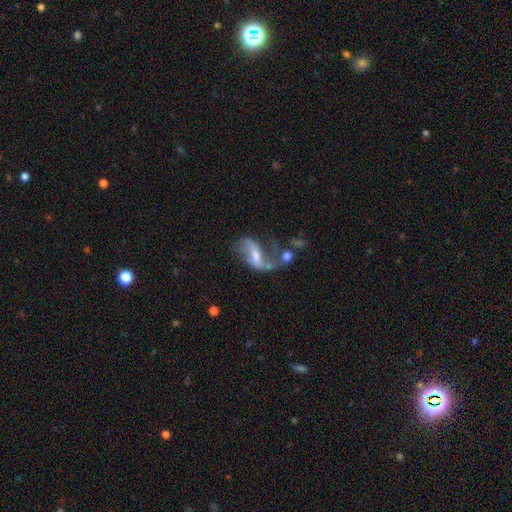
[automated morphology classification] smooth_or_featured: featured or disk (p=0.77) [alt: smooth p=0.15]
disk_edge_on: no (p=0.95) [alt: yes p=0.05]
bar: weak (p=0.45) [alt: no p=0.28]
has_spiral_arms: yes (p=0.86) [alt: no p=0.14]
spiral_winding: loose (p=0.74) [alt: medium p=0.20]
spiral_arm_count: 2 (p=0.75) [alt: 1 p=0.16]
bulge_size: moderate (p=0.45) [alt: small p=0.41]
merging: none (p=0.29) [tied with: merger p=0.29]